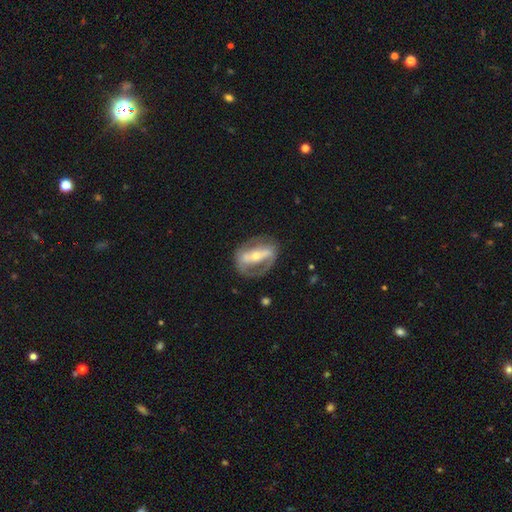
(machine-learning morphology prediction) The model was most divided on "bulge size": moderate: 49%, small: 45%, large: 4%, none: 1%, dominant: 1%. More confident: edge-on disk — no (90%); smooth or featured — featured or disk (77%); merging — none (68%); bar — strong (65%); spiral arms — yes (65%).